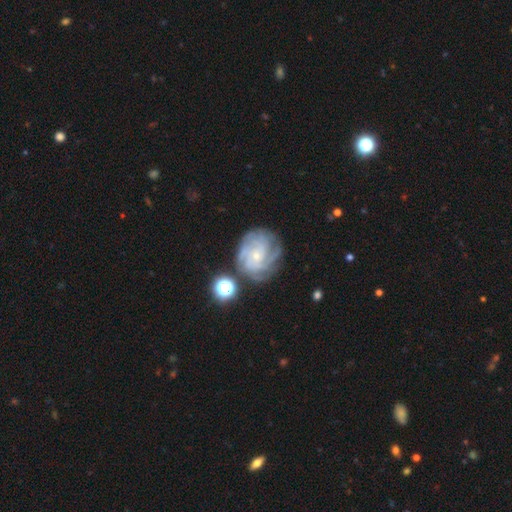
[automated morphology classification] This is clearly a featured or disk galaxy (83%). It is clearly not viewed edge-on (98%). Bar: likely no (75%). Spiral arm pattern: clearly yes (96%). Spiral arm count: marginally 4 (30%). Spiral winding: likely tight (67%). Central bulge: clearly small (82%). Merging: likely none (70%).